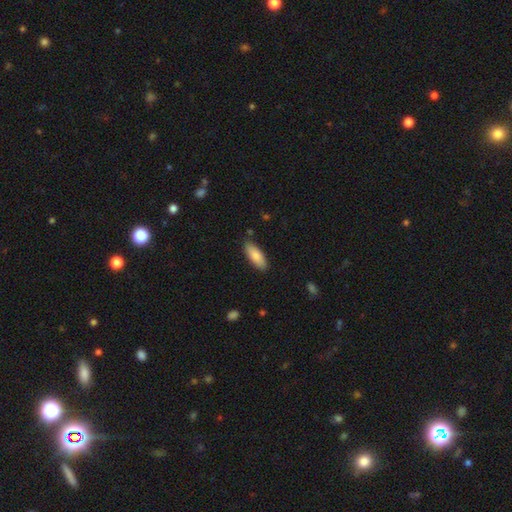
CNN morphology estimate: Smooth or featured? Predicted: smooth (p=0.83). How rounded? Predicted: in between (p=0.68). Merging? Predicted: none (p=0.85).